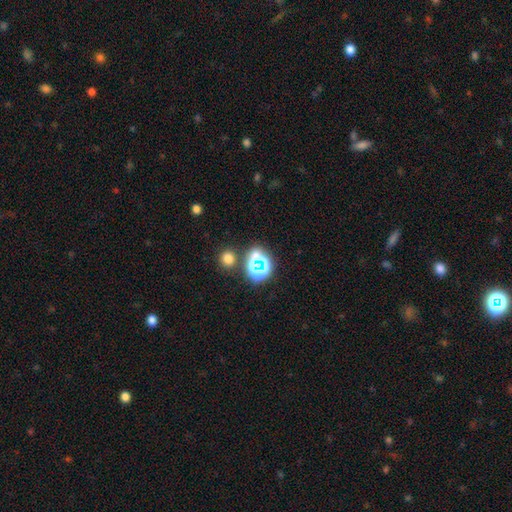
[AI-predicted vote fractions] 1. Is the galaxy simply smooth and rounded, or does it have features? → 51% star or artifact, 39% smooth, 10% featured or disk.